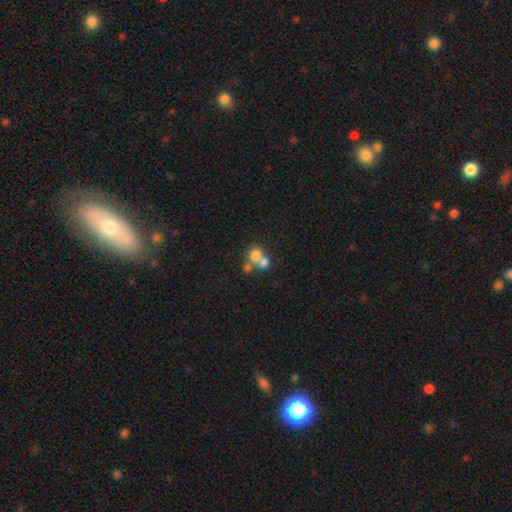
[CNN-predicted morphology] Smooth or featured? Predicted: smooth (p=0.70). How rounded? Predicted: round (p=0.78). Merging? Predicted: merger (p=0.61).